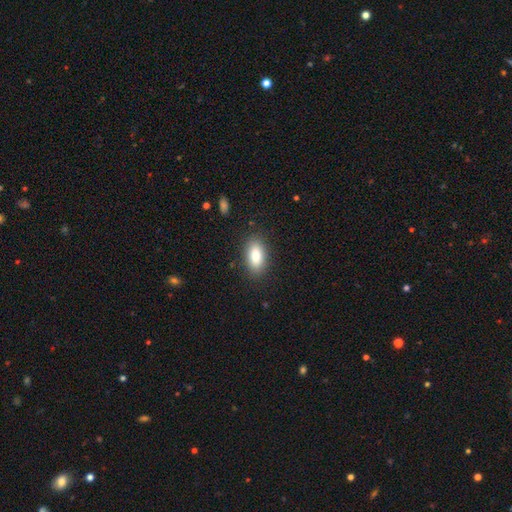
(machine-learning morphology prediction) Q: Smooth or featured?
A: smooth (85%); runner-up: featured or disk (8%)
Q: How rounded?
A: in between (91%); runner-up: cigar-shaped (5%)
Q: Merging?
A: none (86%); runner-up: minor disturbance (10%)